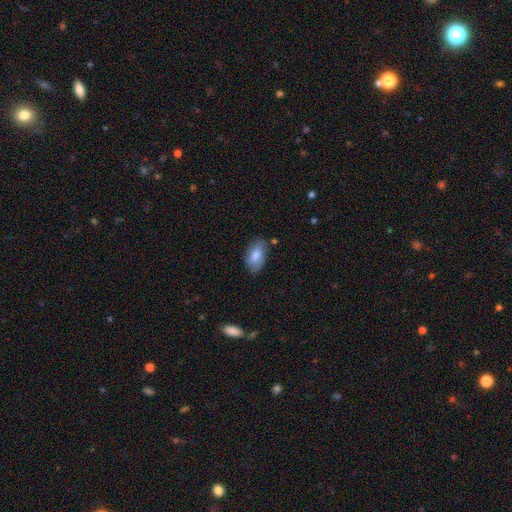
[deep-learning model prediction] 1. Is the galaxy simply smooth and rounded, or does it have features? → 78% smooth, 15% featured or disk, 6% star or artifact.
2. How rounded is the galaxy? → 93% in between, 4% round, 2% cigar-shaped.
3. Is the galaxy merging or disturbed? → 72% none, 21% minor disturbance, 4% major disturbance, 3% merger.